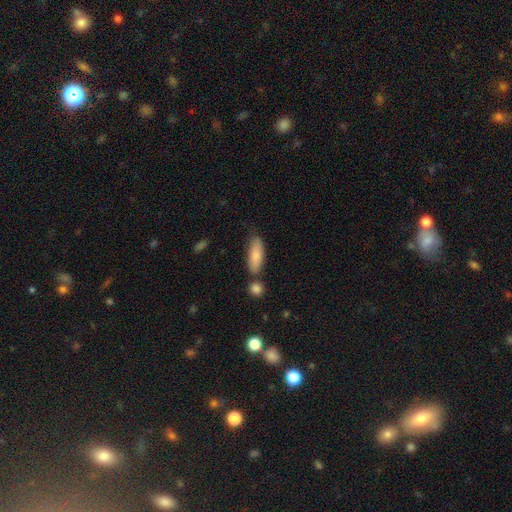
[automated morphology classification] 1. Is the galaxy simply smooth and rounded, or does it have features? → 82% smooth, 12% featured or disk, 6% star or artifact.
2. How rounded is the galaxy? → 61% in between, 37% cigar-shaped, 2% round.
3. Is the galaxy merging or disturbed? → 67% none, 17% minor disturbance, 12% merger, 4% major disturbance.